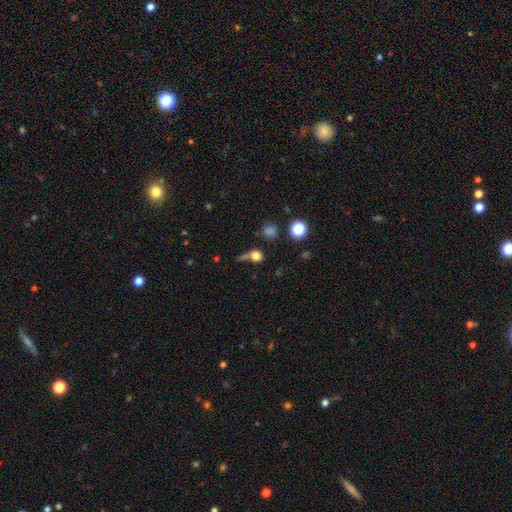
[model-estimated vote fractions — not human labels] smooth-or-featured: smooth: 76% | star or artifact: 16% | featured or disk: 8%
  how-rounded: round: 83% | in between: 15% | cigar-shaped: 2%
  merging: none: 52% | merger: 21% | minor disturbance: 15% | major disturbance: 12%